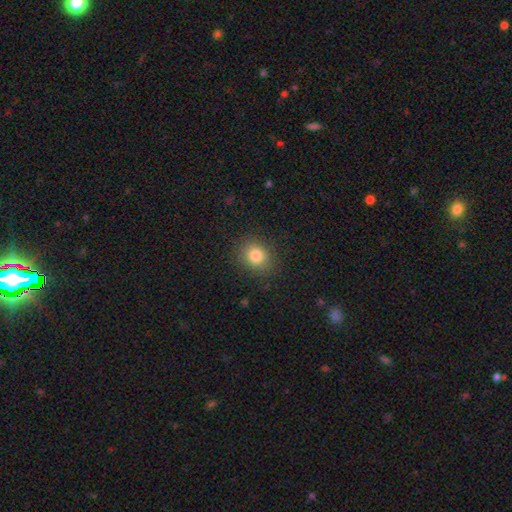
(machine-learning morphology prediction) Smooth or featured?
  - smooth: 81% *
  - star or artifact: 11%
  - featured or disk: 7%
How rounded?
  - round: 69% *
  - in between: 30%
  - cigar-shaped: 1%
Merging?
  - none: 87% *
  - minor disturbance: 9%
  - major disturbance: 3%
  - merger: 1%